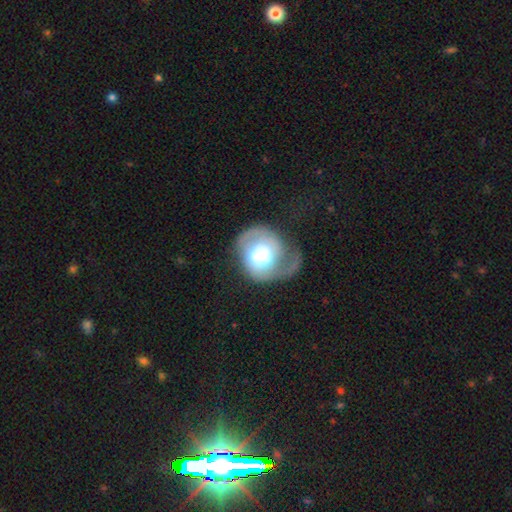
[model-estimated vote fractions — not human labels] Q: Smooth or featured?
A: featured or disk (54%); runner-up: smooth (38%)
Q: Edge-on disk?
A: no (97%); runner-up: yes (3%)
Q: Bar?
A: no (73%); runner-up: weak (22%)
Q: Spiral arms?
A: yes (73%); runner-up: no (27%)
Q: Bulge size?
A: large (51%); runner-up: dominant (21%)
Q: Merging?
A: major disturbance (42%); runner-up: none (30%)